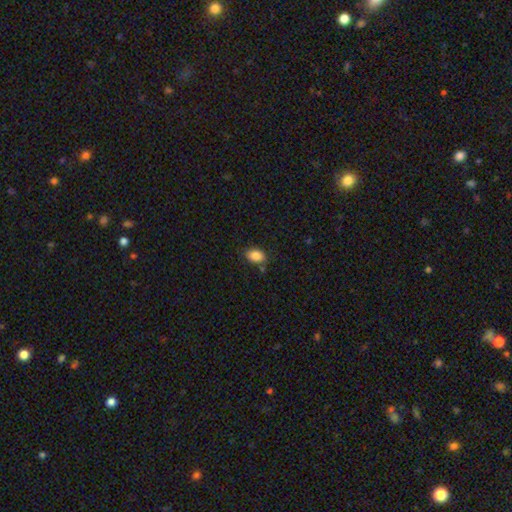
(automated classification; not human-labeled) Smooth or featured: smooth — 87% (star or artifact — 8%)
How rounded: in between — 85% (round — 13%)
Merging: none — 77% (minor disturbance — 15%)